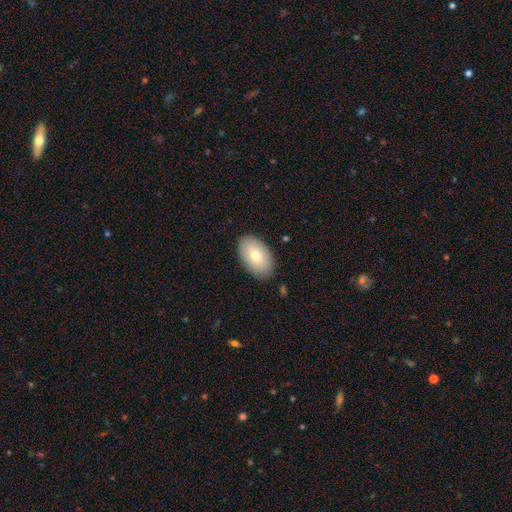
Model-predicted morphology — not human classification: Q: Smooth or featured?
A: smooth (76%); runner-up: featured or disk (17%)
Q: How rounded?
A: in between (93%); runner-up: round (6%)
Q: Merging?
A: none (87%); runner-up: minor disturbance (10%)